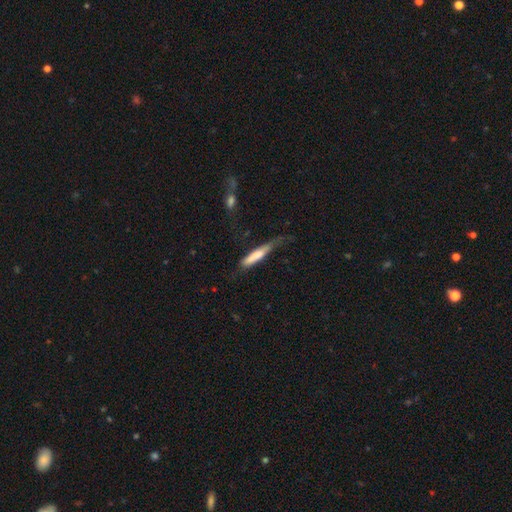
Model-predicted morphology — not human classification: Q: Smooth or featured?
A: smooth (71%); runner-up: featured or disk (23%)
Q: How rounded?
A: cigar-shaped (88%); runner-up: in between (10%)
Q: Merging?
A: none (43%); runner-up: minor disturbance (33%)